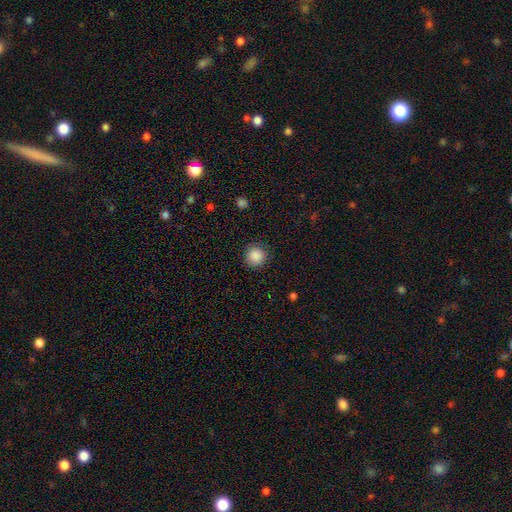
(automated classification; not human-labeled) A smooth galaxy with no disk features (88%) that is round (94%). Merging: none (89%).